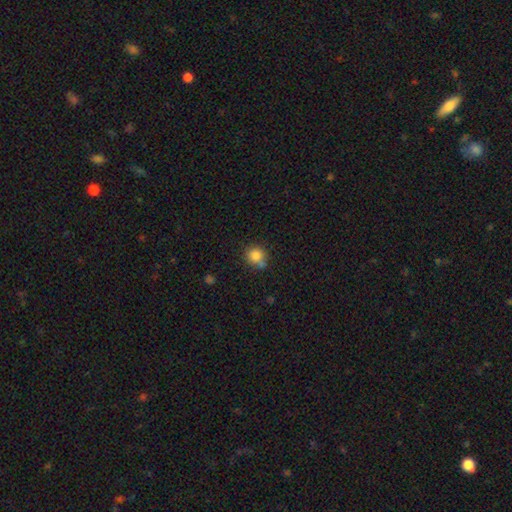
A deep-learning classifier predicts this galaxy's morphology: type=smooth (83%); roundness=round (86%); merging=none (65%).